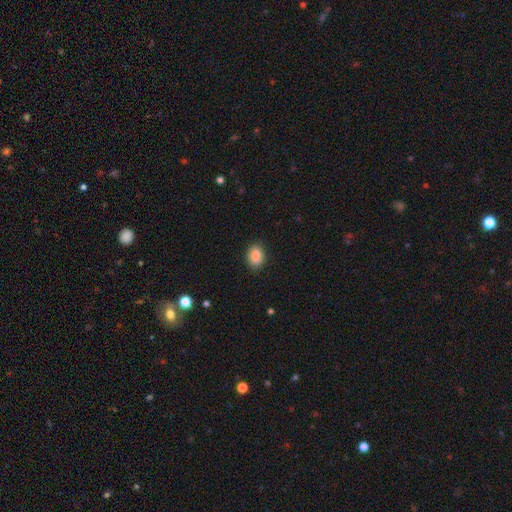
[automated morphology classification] Q: Smooth or featured?
A: smooth (88%); runner-up: star or artifact (8%)
Q: How rounded?
A: in between (72%); runner-up: round (27%)
Q: Merging?
A: none (87%); runner-up: minor disturbance (10%)